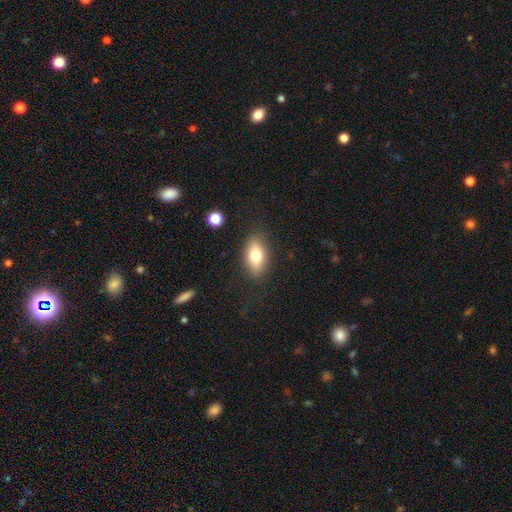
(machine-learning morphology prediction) A smooth galaxy with no disk features (75%) that is in between round and cigar-shaped (86%). Merging: none (84%).